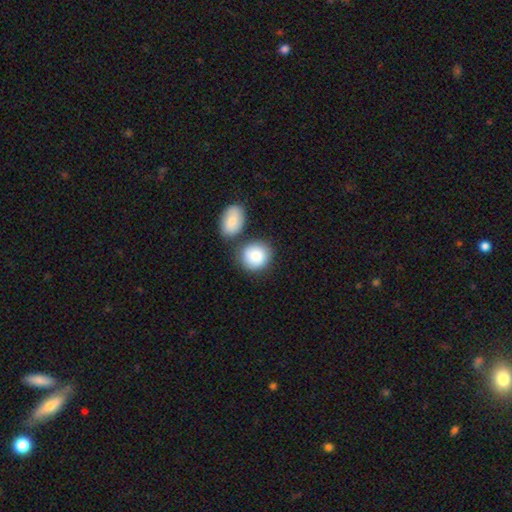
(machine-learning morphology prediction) This appears to be a smooth galaxy with no disk features (84%) that is round (77%). Merging: none (62%).